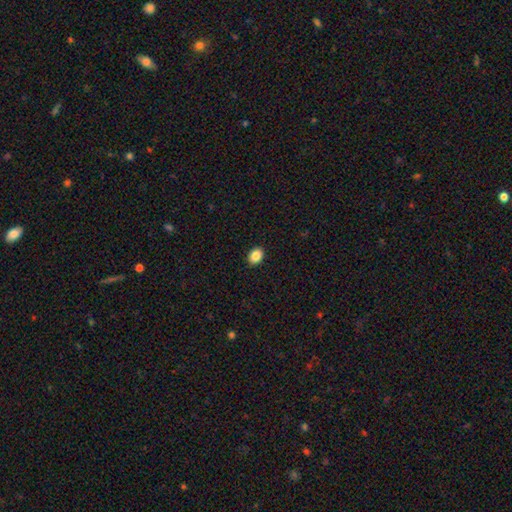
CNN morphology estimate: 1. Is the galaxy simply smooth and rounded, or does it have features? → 87% smooth, 9% star or artifact, 5% featured or disk.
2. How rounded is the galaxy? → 66% in between, 33% round, 1% cigar-shaped.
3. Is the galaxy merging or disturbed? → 92% none, 6% minor disturbance, 2% major disturbance, 1% merger.